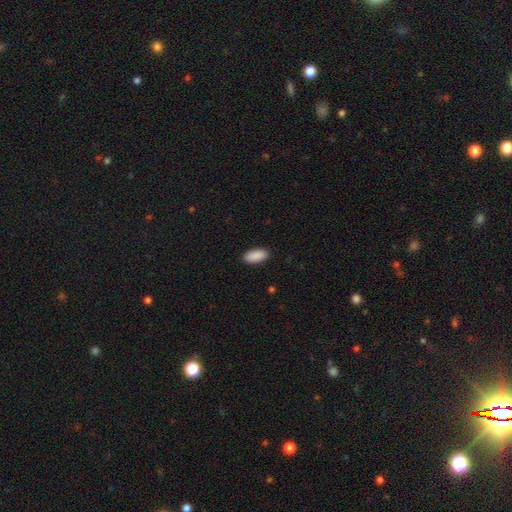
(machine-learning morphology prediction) Smooth or featured?
  - smooth: 91% *
  - star or artifact: 6%
  - featured or disk: 3%
How rounded?
  - in between: 93% *
  - cigar-shaped: 5%
  - round: 2%
Merging?
  - none: 90% *
  - minor disturbance: 8%
  - major disturbance: 2%
  - merger: 1%